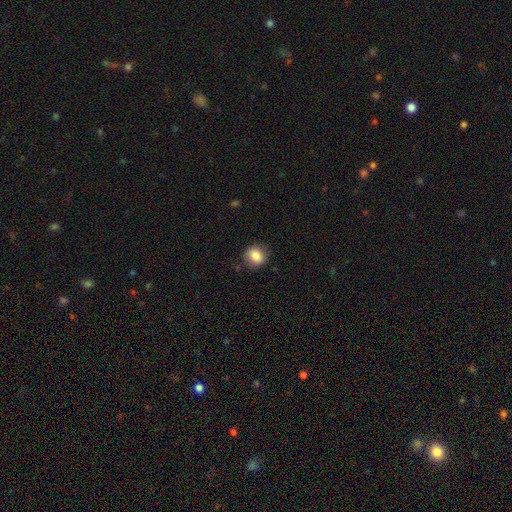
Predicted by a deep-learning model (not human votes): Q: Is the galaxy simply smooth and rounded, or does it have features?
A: smooth — 84%.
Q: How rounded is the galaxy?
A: round — 69%.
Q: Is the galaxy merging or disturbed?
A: none — 81%.